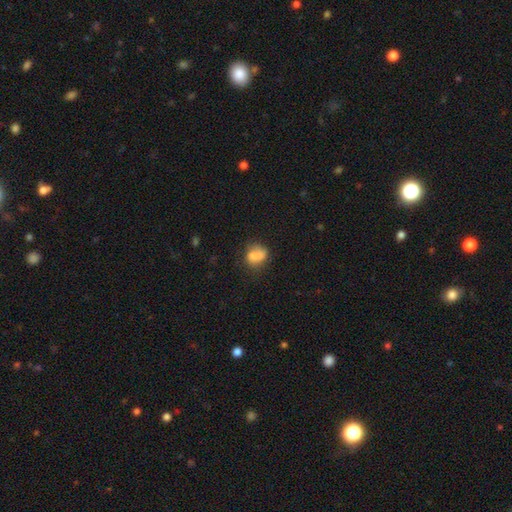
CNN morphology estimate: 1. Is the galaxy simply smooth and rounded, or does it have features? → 72% smooth, 18% featured or disk, 10% star or artifact.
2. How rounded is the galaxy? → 54% round, 45% in between, 1% cigar-shaped.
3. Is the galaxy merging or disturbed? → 40% none, 25% merger, 23% minor disturbance, 12% major disturbance.